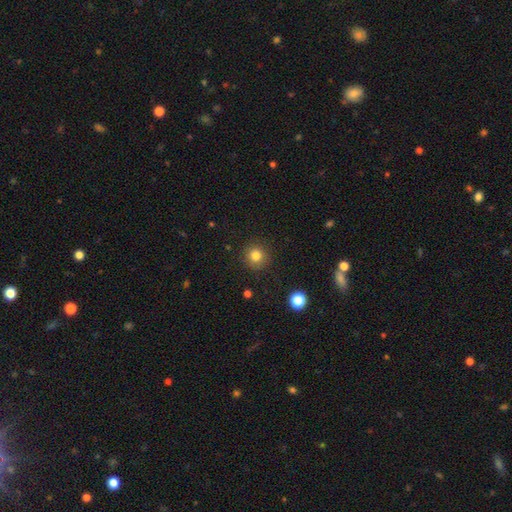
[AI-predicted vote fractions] A smooth galaxy with no disk features (82%) that is round (93%).

Vote fractions:
- Smooth or featured? smooth: 82% / star or artifact: 12% / featured or disk: 6%
- How rounded? round: 93% / in between: 6% / cigar-shaped: 1%
- Merging? none: 90% / minor disturbance: 7% / major disturbance: 2% / merger: 1%